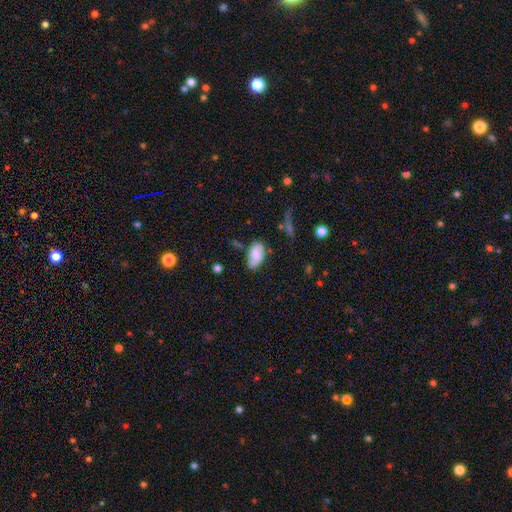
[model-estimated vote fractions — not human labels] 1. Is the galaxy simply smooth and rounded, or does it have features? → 79% smooth, 13% featured or disk, 8% star or artifact.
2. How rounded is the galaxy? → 93% in between, 5% round, 2% cigar-shaped.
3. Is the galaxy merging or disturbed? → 57% none, 29% minor disturbance, 8% major disturbance, 6% merger.